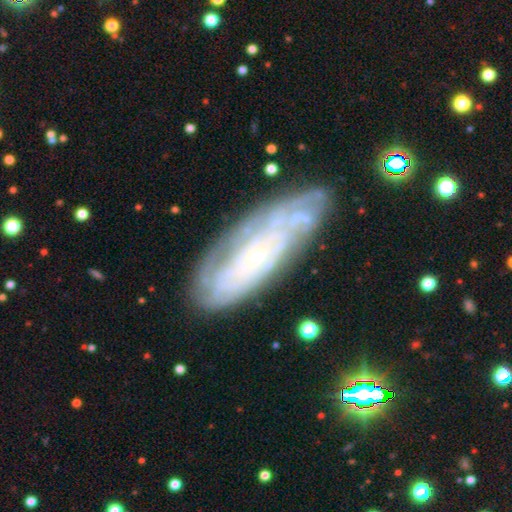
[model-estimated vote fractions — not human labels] This appears to be a featured or disk galaxy (76%) with no bar (81%), tight (77%) spiral arms (86%) and a small central bulge (87%). Merging: none (74%).